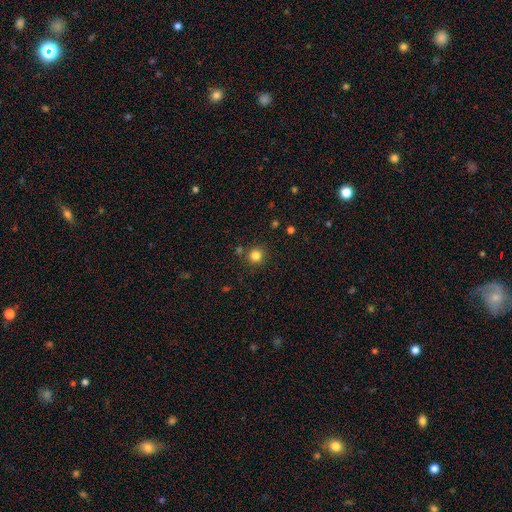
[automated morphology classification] A smooth galaxy with no disk features (82%) that is round (93%). Merging: none (85%).